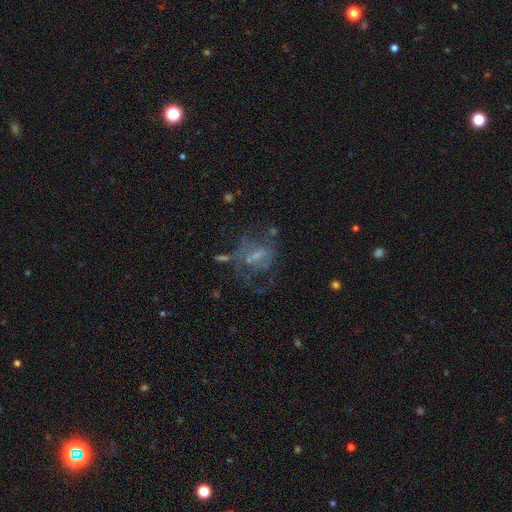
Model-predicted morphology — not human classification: A featured or disk galaxy (60%) with no bar (45%), no spiral arms (56%) and a small central bulge (45%).

Vote fractions:
- Smooth or featured? featured or disk: 60% / smooth: 25% / star or artifact: 16%
- Edge-on disk? no: 96% / yes: 4%
- Bar? no: 45% / weak: 42% / strong: 13%
- Spiral arms? no: 56% / yes: 44%
- Bulge size? small: 45% / none: 26% / moderate: 24% / large: 3% / dominant: 1%
- Merging? major disturbance: 38% / none: 37% / minor disturbance: 18% / merger: 7%